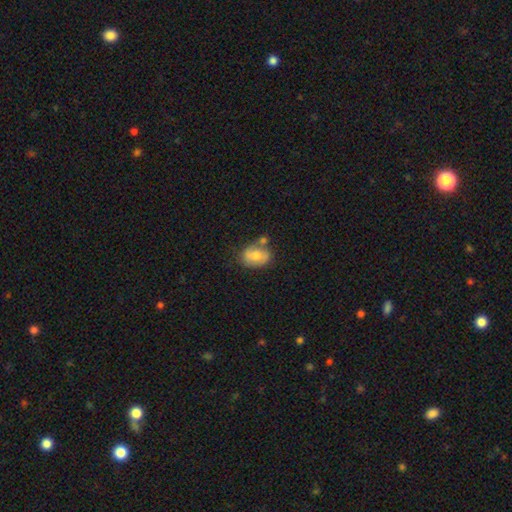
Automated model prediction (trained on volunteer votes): Morphology: type=smooth (64%); roundness=in between (70%); merging=none (55%).